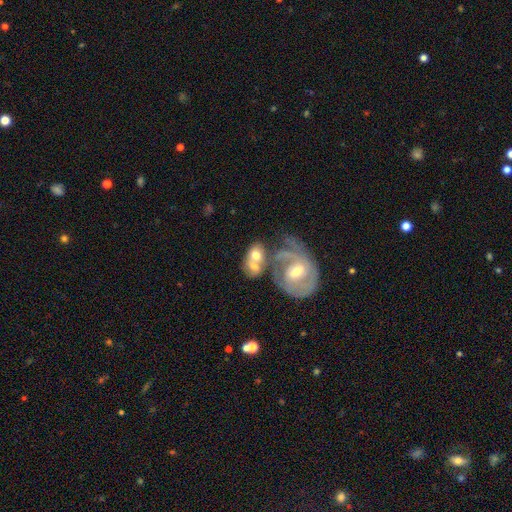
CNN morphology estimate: The model was most divided on "smooth or featured": featured or disk: 49%, smooth: 43%, star or artifact: 8%. More confident: merging — merger (58%).